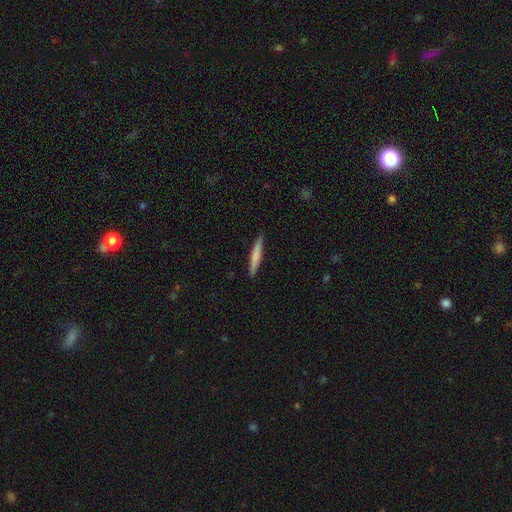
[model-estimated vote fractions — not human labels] Q: Smooth or featured?
A: smooth (72%); runner-up: featured or disk (23%)
Q: How rounded?
A: cigar-shaped (94%); runner-up: in between (5%)
Q: Merging?
A: none (91%); runner-up: minor disturbance (7%)